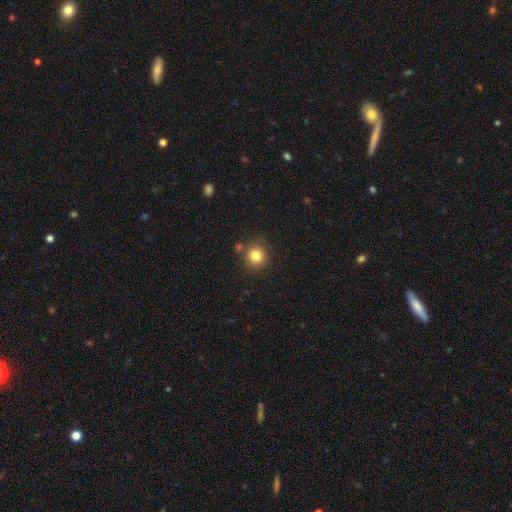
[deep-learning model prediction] A smooth galaxy with no disk features (82%) that is round (93%). Merging: none (82%).